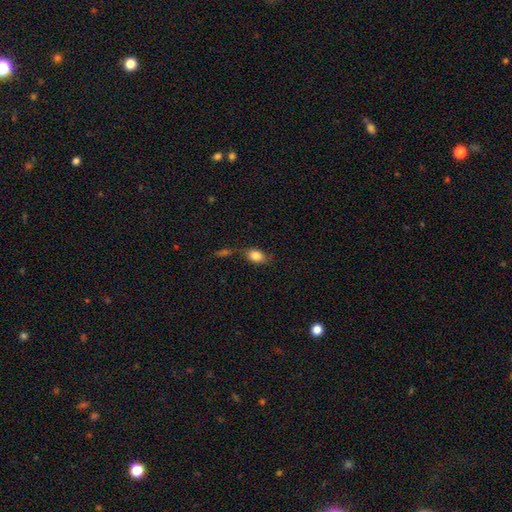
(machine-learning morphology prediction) Smooth or featured: smooth — 82% (featured or disk — 9%)
How rounded: in between — 81% (round — 16%)
Merging: none — 59% (minor disturbance — 19%)